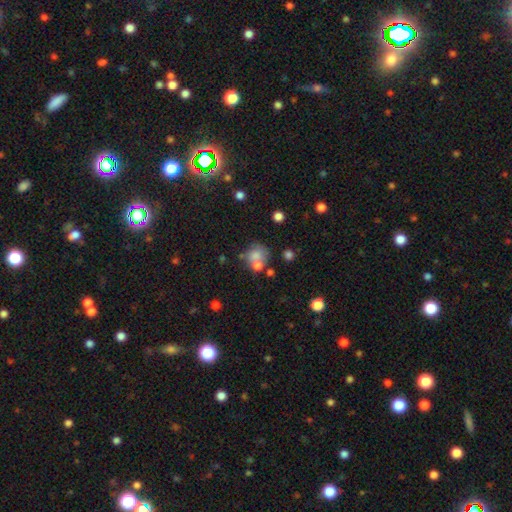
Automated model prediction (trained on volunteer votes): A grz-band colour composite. It shows a smooth galaxy with no disk features (69%) that is round (73%). Merging: none (43%).